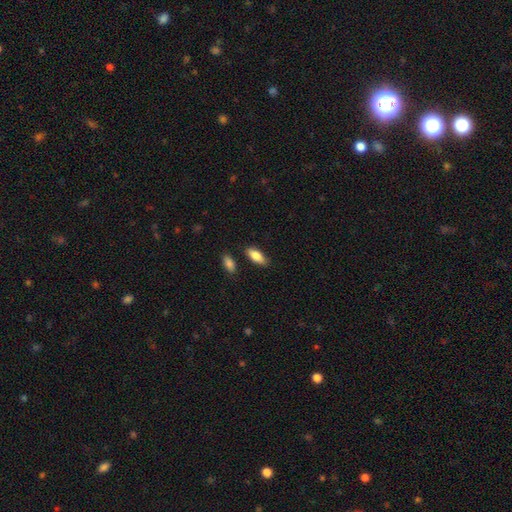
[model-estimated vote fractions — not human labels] A smooth galaxy with no disk features (82%) that is in between round and cigar-shaped (80%).

Vote fractions:
- Smooth or featured? smooth: 82% / featured or disk: 13% / star or artifact: 6%
- How rounded? in between: 80% / cigar-shaped: 18% / round: 2%
- Merging? none: 84% / minor disturbance: 10% / merger: 3% / major disturbance: 2%